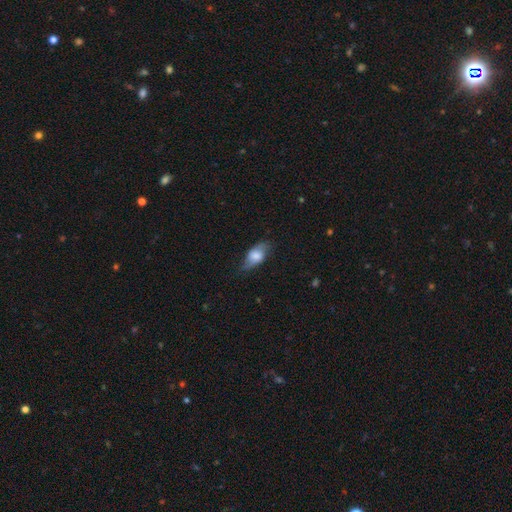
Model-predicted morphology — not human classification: The model was most divided on "smooth or featured": smooth: 59%, featured or disk: 34%, star or artifact: 7%. More confident: how rounded — in between (86%); merging — none (63%).